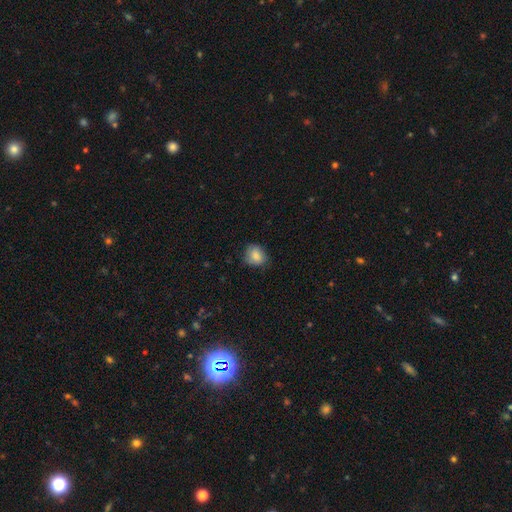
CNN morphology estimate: Overall: smooth (84%). How rounded: round (57%; in between 42%). Merging: none (71%).